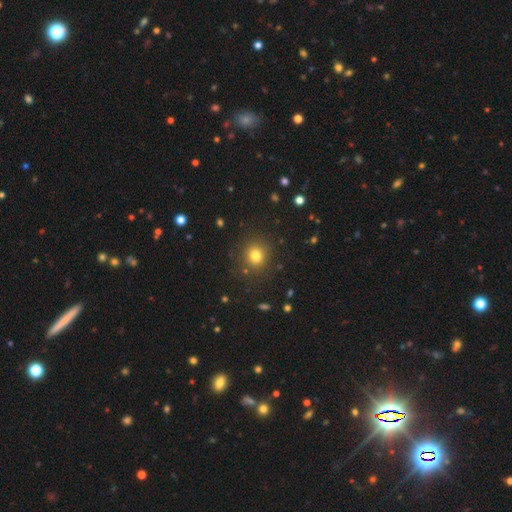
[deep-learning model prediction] The model was most divided on "smooth or featured": smooth: 77%, star or artifact: 16%, featured or disk: 7%. More confident: how rounded — round (89%); merging — none (87%).